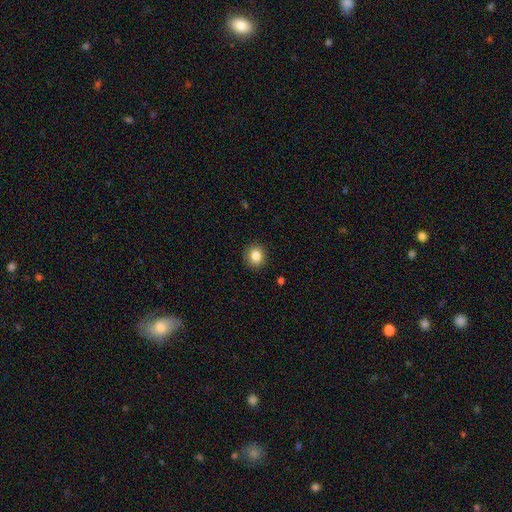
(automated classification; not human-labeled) This is clearly a smooth galaxy (85%). How rounded: clearly round (80%). Merging: clearly none (90%).